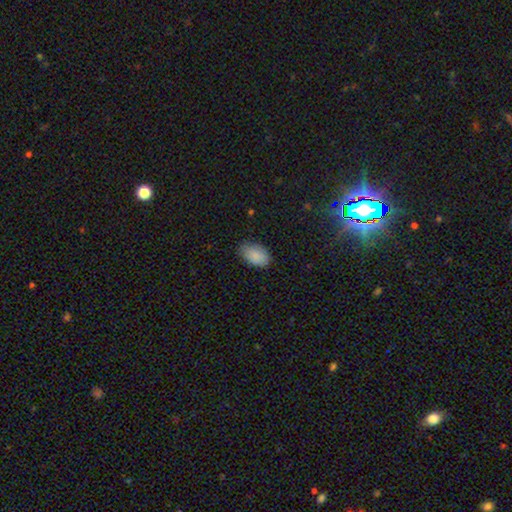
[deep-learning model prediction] Overall: smooth (88%). How rounded: in between (91%). Merging: none (78%).